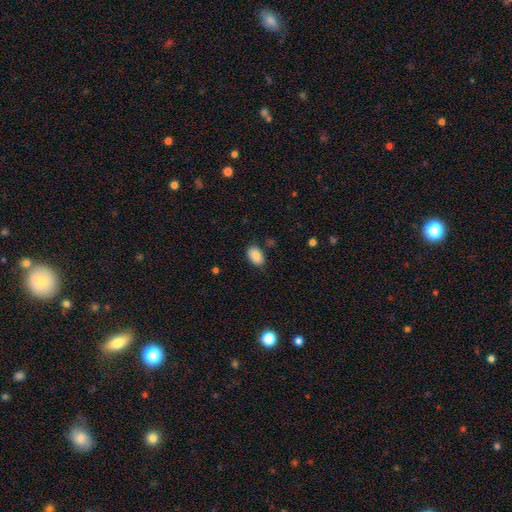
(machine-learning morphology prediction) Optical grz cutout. It shows a smooth galaxy with no disk features (86%) that is in between round and cigar-shaped (90%). Merging: none (81%).